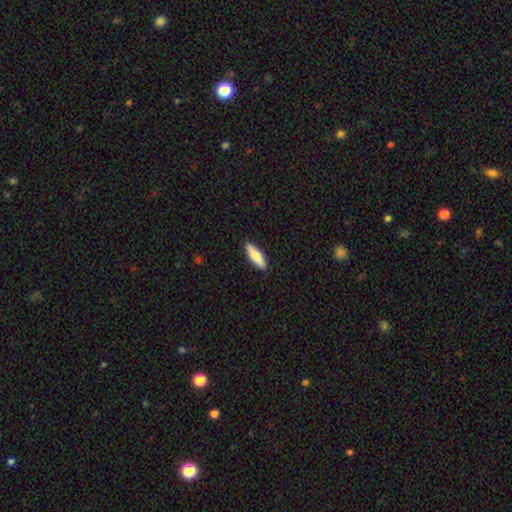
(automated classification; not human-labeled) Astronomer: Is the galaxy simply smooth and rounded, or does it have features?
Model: smooth — 79%.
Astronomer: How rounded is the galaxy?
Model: cigar-shaped — 63%.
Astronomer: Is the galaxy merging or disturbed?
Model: none — 90%.